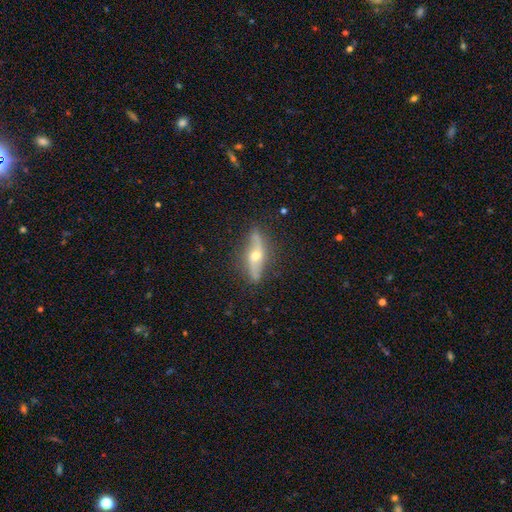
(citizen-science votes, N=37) Smooth or featured: featured or disk — 73% (smooth — 22%)
Edge-on disk: yes — 67% (no — 33%)
Edge-on bulge: rounded — 94% (none — 6%)
Merging: none — 94% (minor disturbance — 6%)